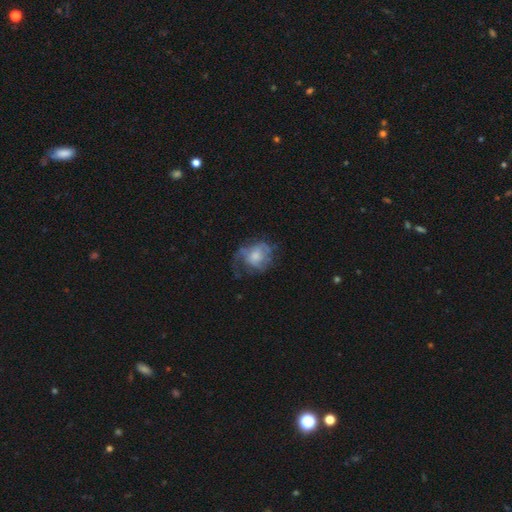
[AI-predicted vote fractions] A featured or disk galaxy (50%).

Vote fractions:
- Smooth or featured? featured or disk: 50% / smooth: 42% / star or artifact: 8%
- Merging? none: 38% / major disturbance: 35% / minor disturbance: 25% / merger: 2%